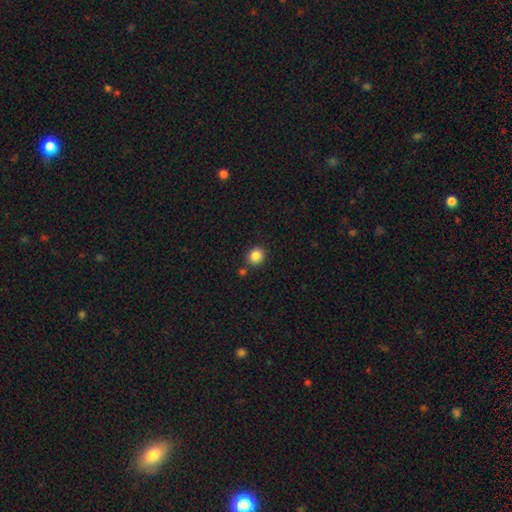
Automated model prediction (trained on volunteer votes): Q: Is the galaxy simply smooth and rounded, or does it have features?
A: smooth — 86%.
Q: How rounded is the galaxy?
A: round — 77%.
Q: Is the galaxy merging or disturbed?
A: none — 84%.